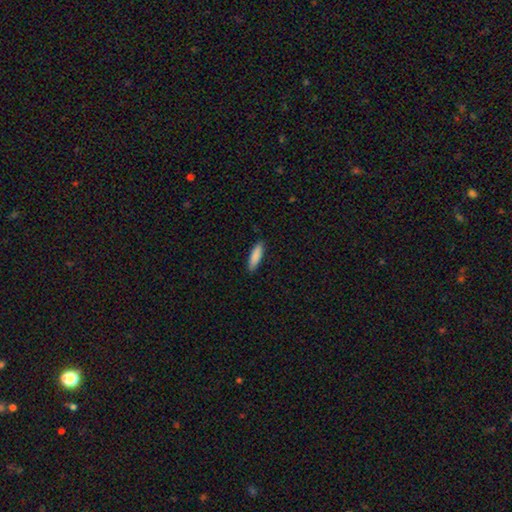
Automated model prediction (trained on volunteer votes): Smooth or featured?
  - smooth: 88% *
  - featured or disk: 7%
  - star or artifact: 6%
How rounded?
  - cigar-shaped: 63% *
  - in between: 36%
  - round: 1%
Merging?
  - none: 88% *
  - minor disturbance: 9%
  - major disturbance: 2%
  - merger: 1%